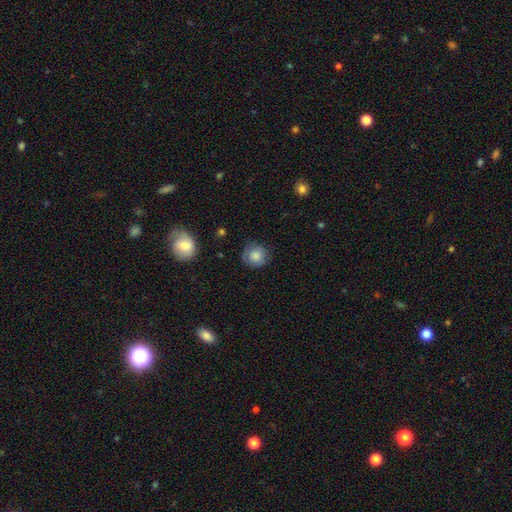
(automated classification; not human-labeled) Morphology: type=smooth (81%); roundness=round (89%); merging=none (75%).